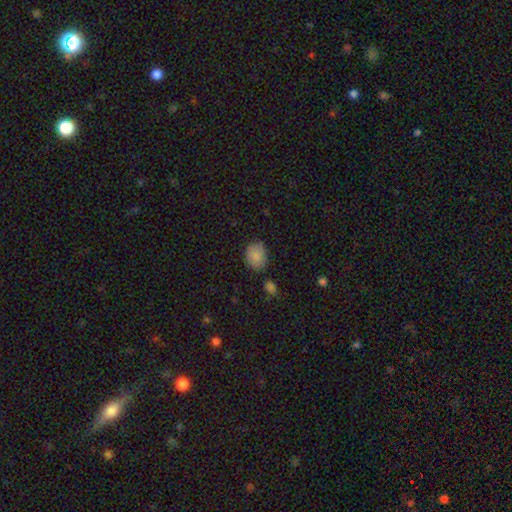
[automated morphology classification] This is clearly a smooth galaxy (85%). How rounded: possibly in between (53%). Merging: likely none (72%).